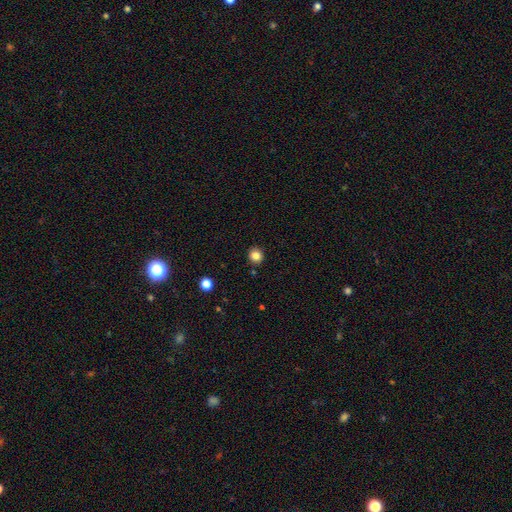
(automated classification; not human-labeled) The model was most divided on "smooth or featured": smooth: 84%, star or artifact: 12%, featured or disk: 5%. More confident: merging — none (91%); how rounded — round (90%).